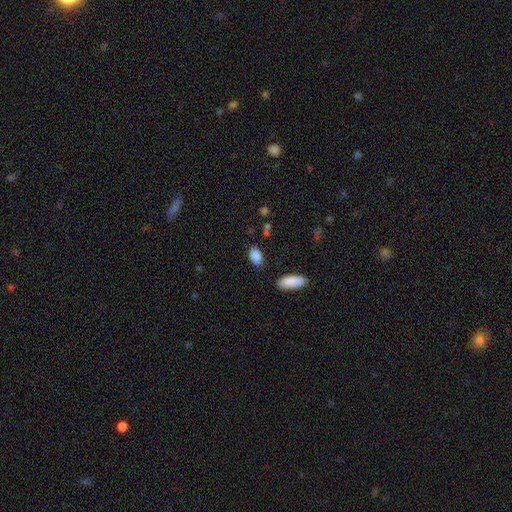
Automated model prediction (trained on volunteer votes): Morphology: type=smooth (87%); roundness=in between (90%); merging=none (80%).